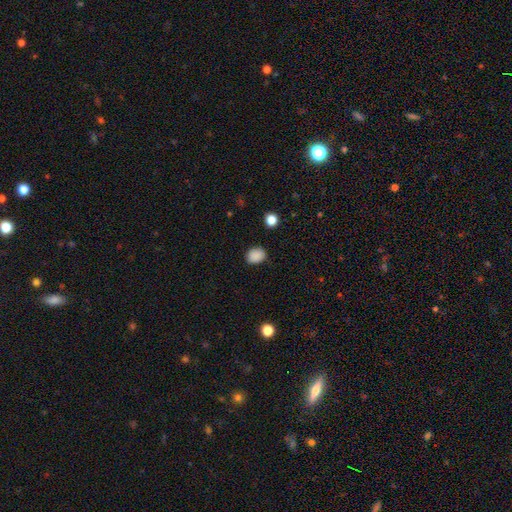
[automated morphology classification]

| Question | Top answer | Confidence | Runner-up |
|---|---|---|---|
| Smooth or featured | smooth | 87% | star or artifact (10%) |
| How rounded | in between | 53% | round (46%) |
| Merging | none | 85% | minor disturbance (11%) |